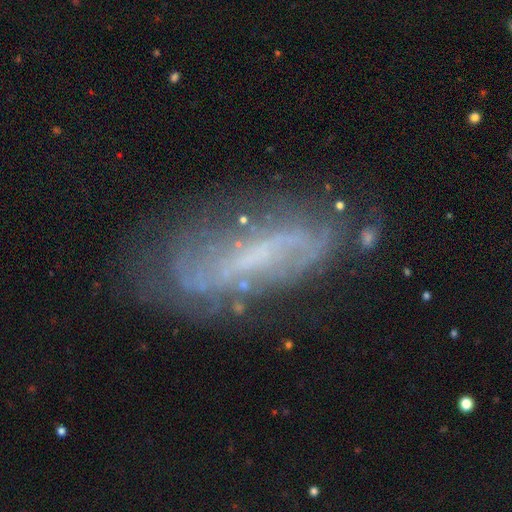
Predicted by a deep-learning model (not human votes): A featured or disk galaxy (68%) with no bar (37%), spiral arms (64%) and no central bulge (51%). Merging: none (58%).